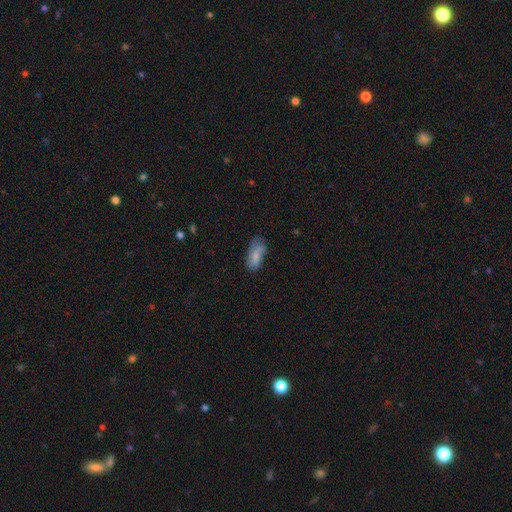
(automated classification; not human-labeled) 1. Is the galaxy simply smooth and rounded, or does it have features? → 79% smooth, 14% featured or disk, 7% star or artifact.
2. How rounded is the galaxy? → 88% in between, 9% cigar-shaped, 3% round.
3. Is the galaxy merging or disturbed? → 60% none, 29% minor disturbance, 8% major disturbance, 2% merger.